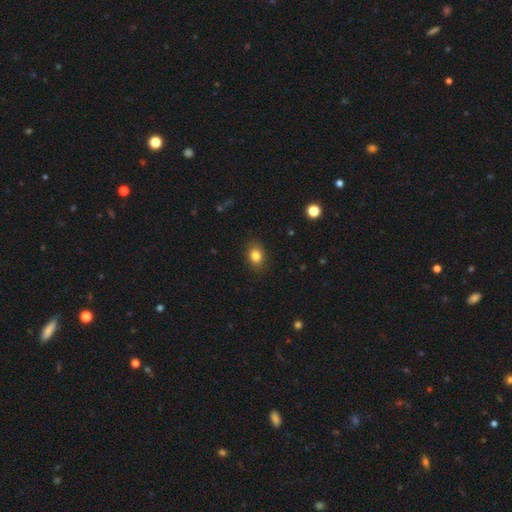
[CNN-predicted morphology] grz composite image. It shows a smooth galaxy with no disk features (83%) that is in between round and cigar-shaped (63%). Merging: none (86%).